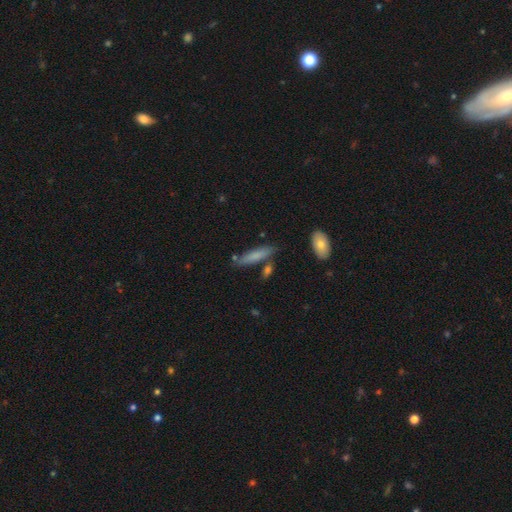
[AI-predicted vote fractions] Smooth or featured? smooth (74%)
How rounded? cigar-shaped (80%)
Merging? none (75%)